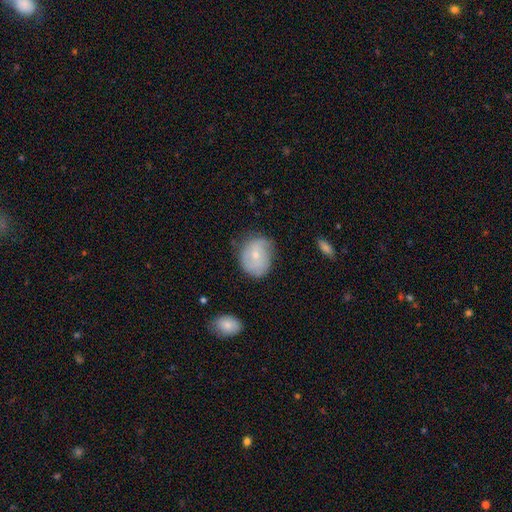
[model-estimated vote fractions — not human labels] smooth-or-featured: smooth: 50% | featured or disk: 42% | star or artifact: 8%
  how-rounded: in between: 51% | round: 48% | cigar-shaped: 1%
  merging: none: 60% | minor disturbance: 29% | major disturbance: 9% | merger: 2%